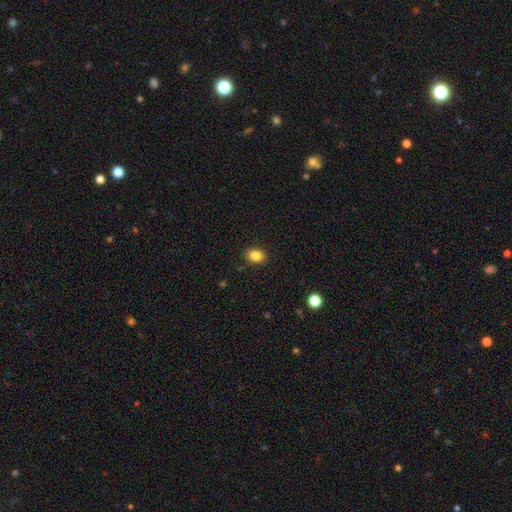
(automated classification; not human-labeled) The model was most divided on "how rounded": in between: 67%, round: 32%, cigar-shaped: 1%. More confident: merging — none (89%); smooth or featured — smooth (85%).